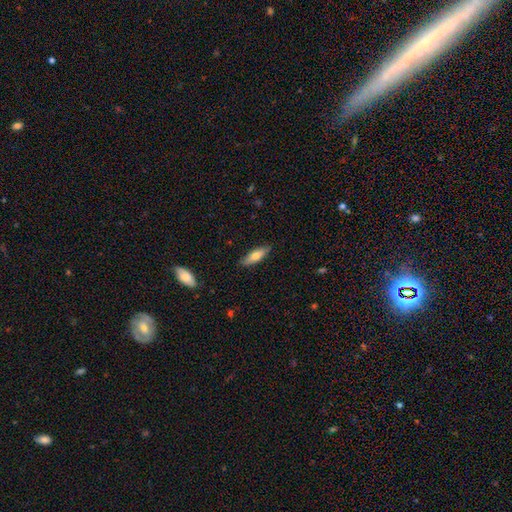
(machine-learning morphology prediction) type=smooth (68%); roundness=in between (51%); merging=none (85%).